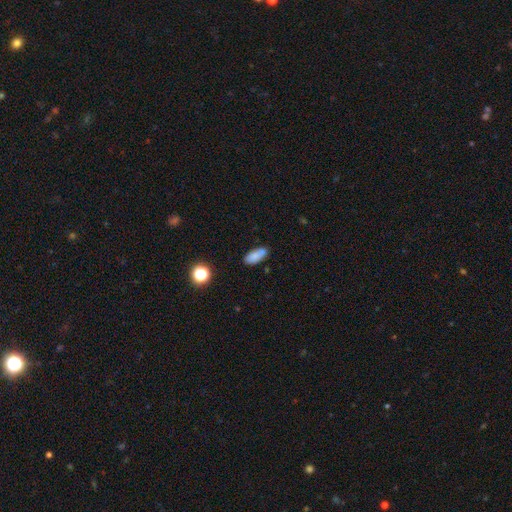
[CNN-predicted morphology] A smooth galaxy with no disk features (78%) that is in between round and cigar-shaped (83%).

Vote fractions:
- Smooth or featured? smooth: 78% / featured or disk: 11% / star or artifact: 11%
- How rounded? in between: 83% / cigar-shaped: 13% / round: 5%
- Merging? none: 61% / merger: 19% / minor disturbance: 16% / major disturbance: 4%